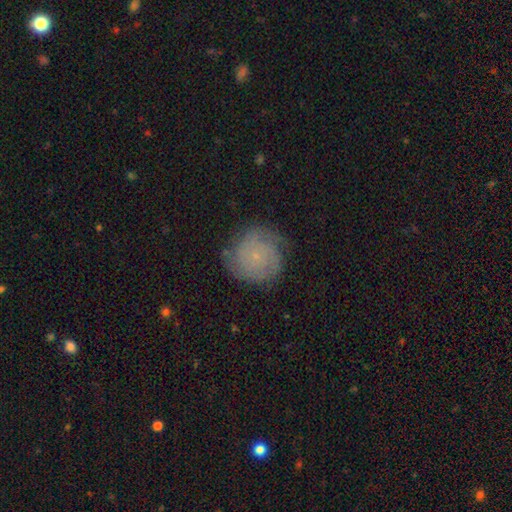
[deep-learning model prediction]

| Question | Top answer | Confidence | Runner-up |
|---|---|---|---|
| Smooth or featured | featured or disk | 56% | smooth (33%) |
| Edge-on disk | no | 98% | yes (2%) |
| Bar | no | 85% | weak (13%) |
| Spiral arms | yes | 90% | no (10%) |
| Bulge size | small | 77% | none (12%) |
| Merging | none | 79% | minor disturbance (15%) |